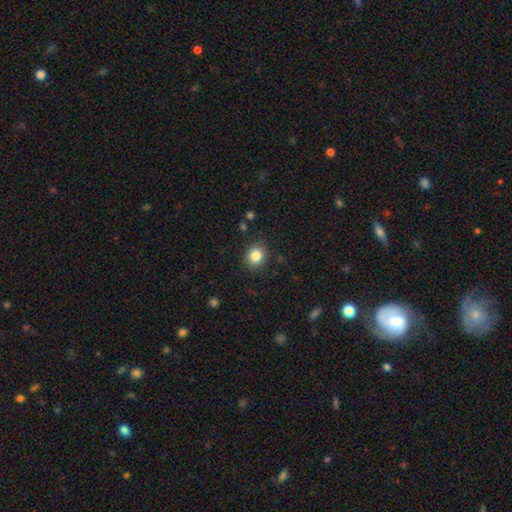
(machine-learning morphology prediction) smooth_or_featured: smooth (p=0.84) [alt: star or artifact p=0.10]
how_rounded: round (p=0.76) [alt: in between p=0.23]
merging: none (p=0.88) [alt: minor disturbance p=0.08]